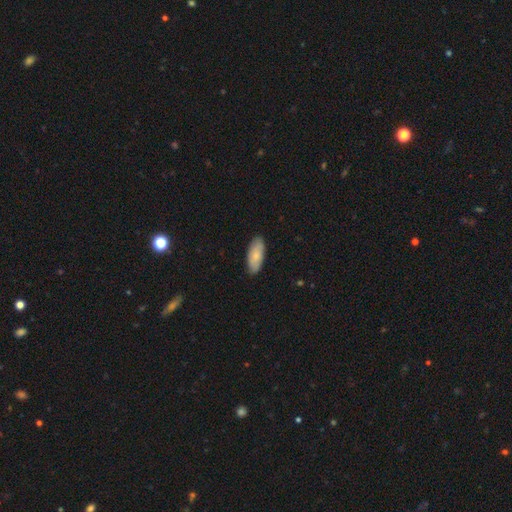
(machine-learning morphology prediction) smooth_or_featured: smooth (p=0.77) [alt: featured or disk p=0.18]
how_rounded: in between (p=0.85) [alt: cigar-shaped p=0.13]
merging: none (p=0.87) [alt: minor disturbance p=0.11]